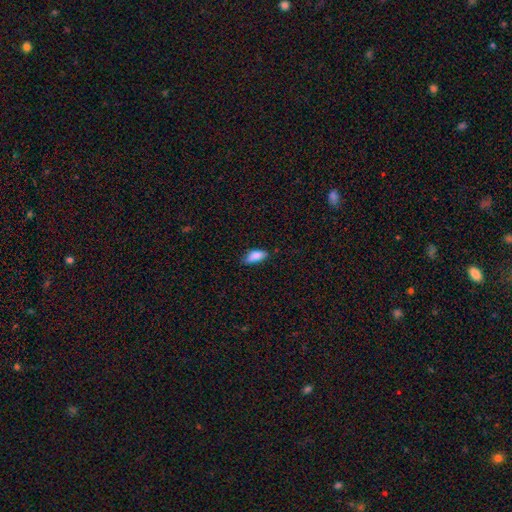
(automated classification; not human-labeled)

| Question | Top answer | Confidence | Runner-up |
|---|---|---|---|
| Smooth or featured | smooth | 85% | featured or disk (8%) |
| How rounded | in between | 83% | cigar-shaped (15%) |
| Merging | none | 71% | minor disturbance (24%) |